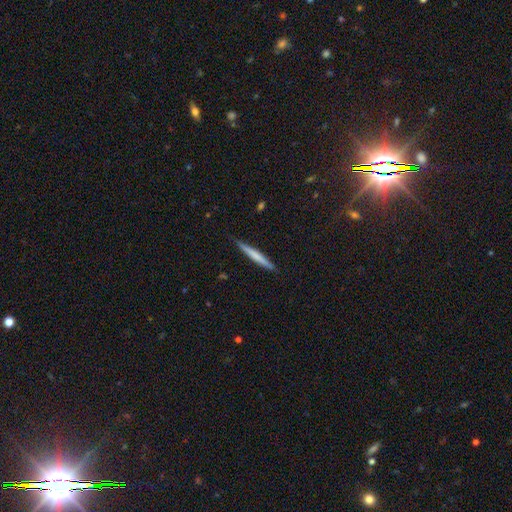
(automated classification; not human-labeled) The model was most divided on "smooth or featured": smooth: 59%, featured or disk: 35%, star or artifact: 5%. More confident: how rounded — cigar-shaped (96%); merging — none (87%).